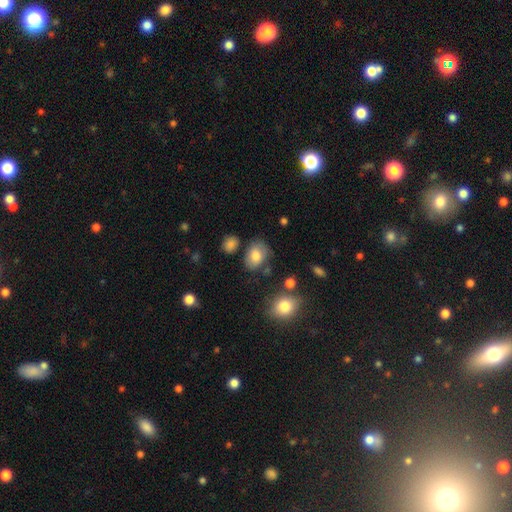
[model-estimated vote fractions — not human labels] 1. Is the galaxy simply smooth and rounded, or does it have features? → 77% smooth, 14% featured or disk, 8% star or artifact.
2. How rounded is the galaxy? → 79% in between, 20% round, 1% cigar-shaped.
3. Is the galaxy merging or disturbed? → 67% none, 21% minor disturbance, 7% major disturbance, 6% merger.